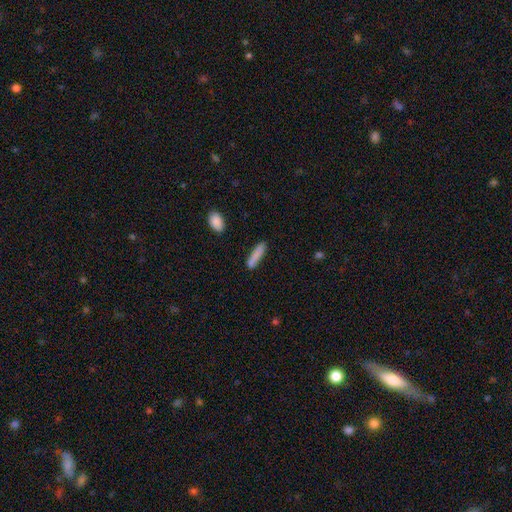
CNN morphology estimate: A smooth galaxy with no disk features (83%) that is cigar-shaped (80%). Merging: none (77%).